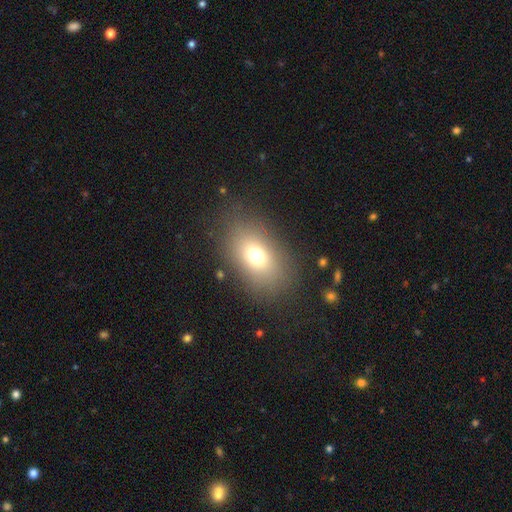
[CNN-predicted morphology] This appears to be a smooth galaxy with no disk features (71%) that is in between round and cigar-shaped (77%). Merging: none (80%).